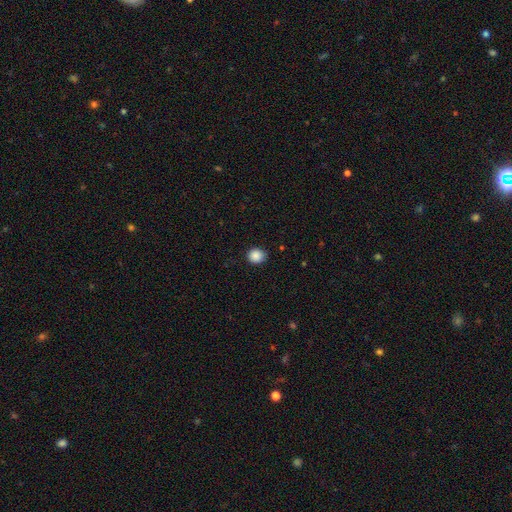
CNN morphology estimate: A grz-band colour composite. It shows a smooth galaxy with no disk features (88%) that is round (78%). Merging: none (85%).